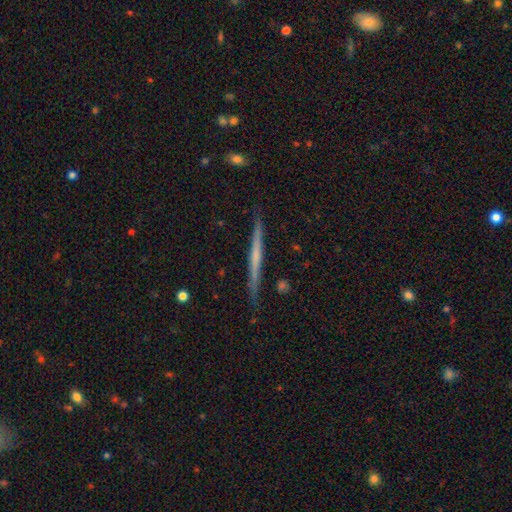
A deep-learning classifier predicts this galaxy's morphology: Smooth or featured?
  - featured or disk: 61% *
  - smooth: 34%
  - star or artifact: 6%
Edge-on disk?
  - yes: 98% *
  - no: 2%
Edge-on bulge?
  - none: 76% *
  - rounded: 17%
  - boxy: 7%
Merging?
  - none: 88% *
  - minor disturbance: 9%
  - major disturbance: 2%
  - merger: 1%